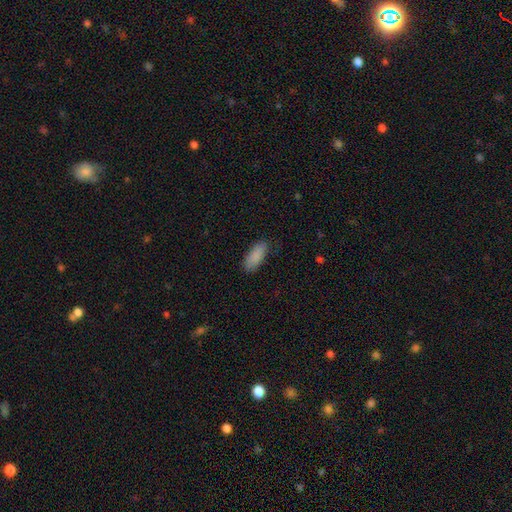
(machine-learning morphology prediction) Smooth or featured? Predicted: smooth (p=0.88). How rounded? Predicted: in between (p=0.75). Merging? Predicted: none (p=0.81).